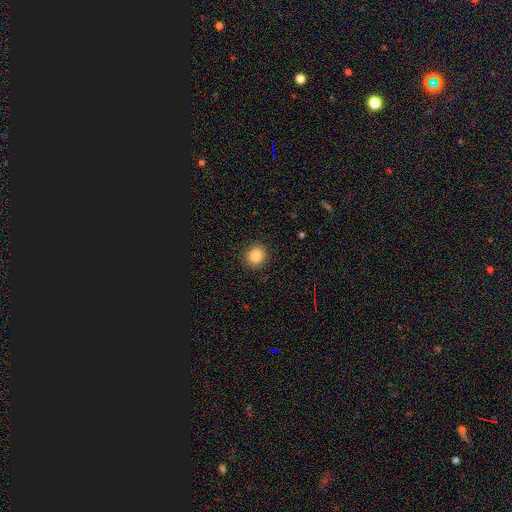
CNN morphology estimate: A smooth galaxy with no disk features (85%) that is round (88%). Merging: none (90%).